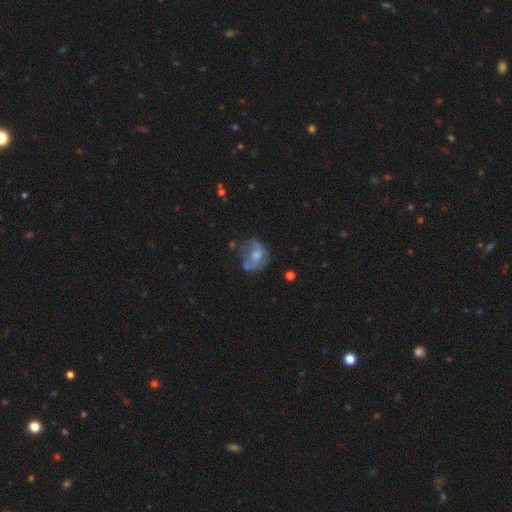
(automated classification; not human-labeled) This appears to be a featured or disk galaxy (46%). Merging: none (35%).